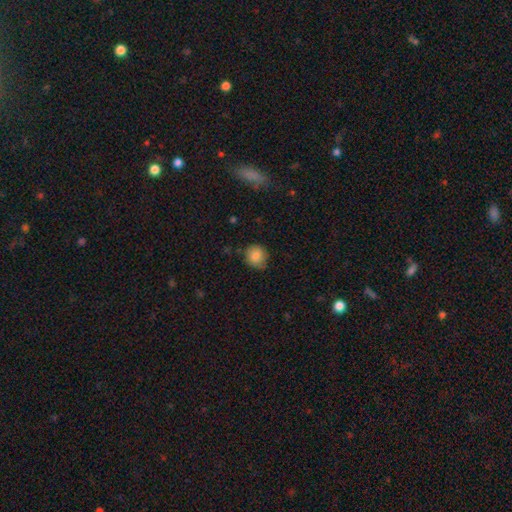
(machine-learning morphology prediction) smooth-or-featured: smooth: 84% | star or artifact: 9% | featured or disk: 7%
  how-rounded: round: 87% | in between: 12% | cigar-shaped: 1%
  merging: none: 76% | minor disturbance: 19% | major disturbance: 3% | merger: 1%